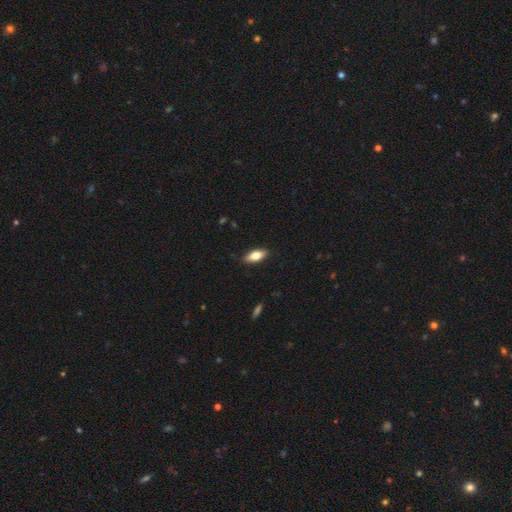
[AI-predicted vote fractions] Morphology: type=smooth (73%); roundness=in between (78%); merging=none (88%).